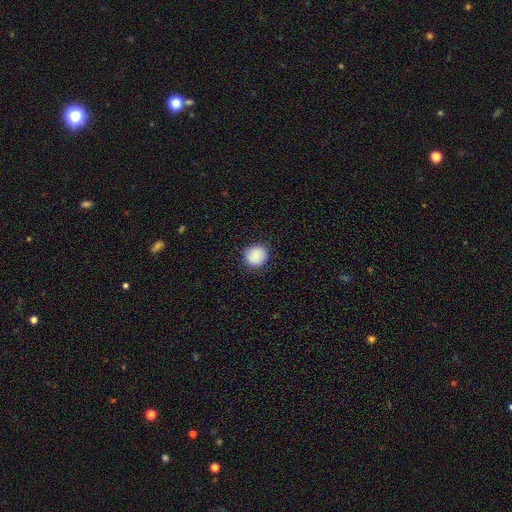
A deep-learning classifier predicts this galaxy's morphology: A smooth galaxy with no disk features (88%) that is round (85%).

Vote fractions:
- Smooth or featured? smooth: 88% / star or artifact: 8% / featured or disk: 4%
- How rounded? round: 85% / in between: 14% / cigar-shaped: 1%
- Merging? none: 86% / minor disturbance: 10% / major disturbance: 3% / merger: 1%